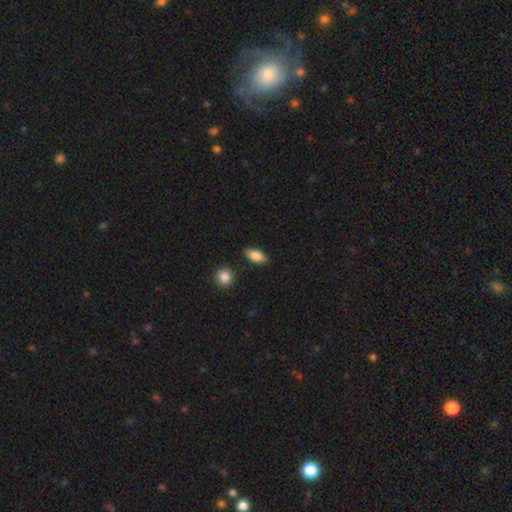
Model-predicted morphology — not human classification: A smooth galaxy with no disk features (86%) that is in between round and cigar-shaped (88%). Merging: none (86%).